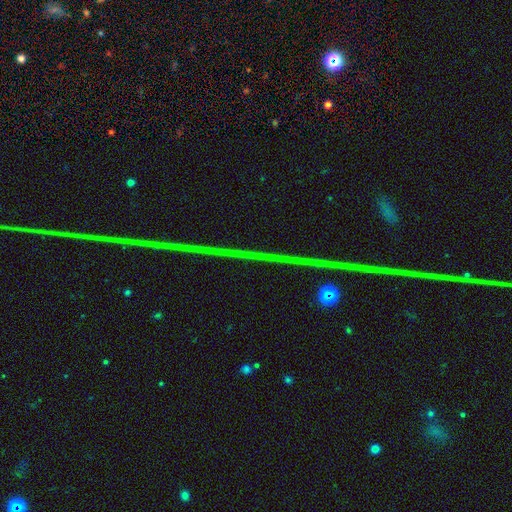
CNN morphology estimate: A star or artifact, not a galaxy (80%).

Vote fractions:
- Smooth or featured? star or artifact: 80% / featured or disk: 13% / smooth: 6%